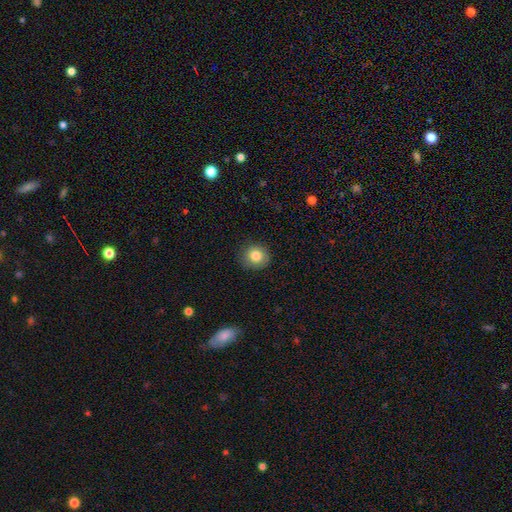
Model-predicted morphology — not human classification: Overall: smooth (82%). How rounded: round (89%). Merging: none (87%).